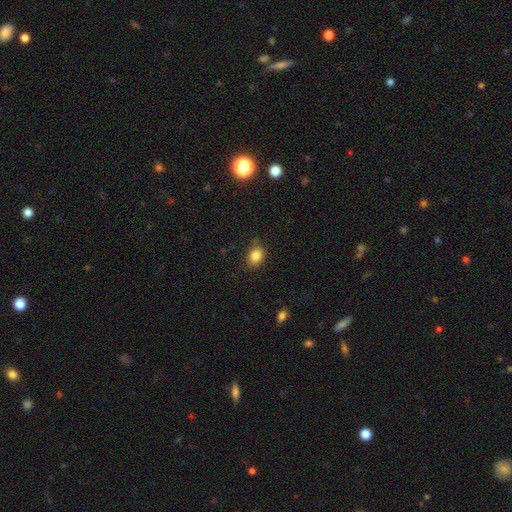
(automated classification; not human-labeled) smooth_or_featured: smooth (p=0.84) [alt: star or artifact p=0.10]
how_rounded: in between (p=0.58) [alt: round p=0.40]
merging: none (p=0.77) [alt: minor disturbance p=0.18]